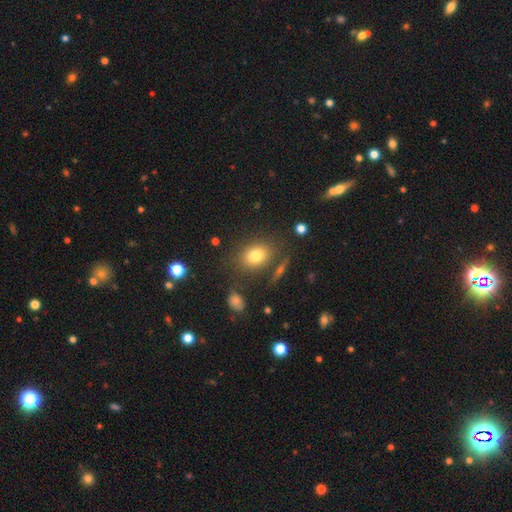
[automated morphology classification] A smooth galaxy with no disk features (76%) that is in between round and cigar-shaped (65%).

Vote fractions:
- Smooth or featured? smooth: 76% / featured or disk: 12% / star or artifact: 12%
- How rounded? in between: 65% / round: 34% / cigar-shaped: 2%
- Merging? none: 75% / minor disturbance: 13% / merger: 7% / major disturbance: 6%